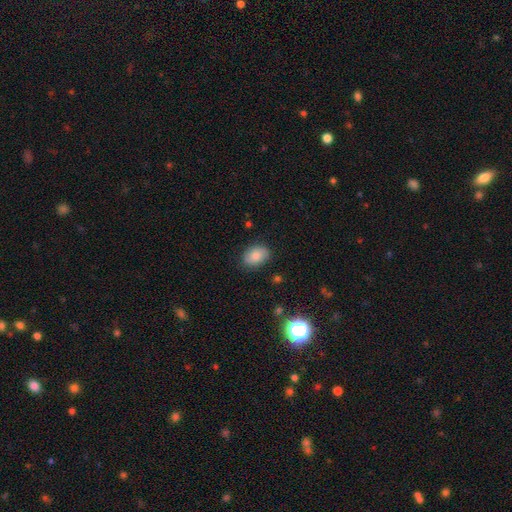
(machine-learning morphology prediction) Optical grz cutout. It shows a smooth galaxy with no disk features (82%) that is in between round and cigar-shaped (79%). Merging: none (82%).